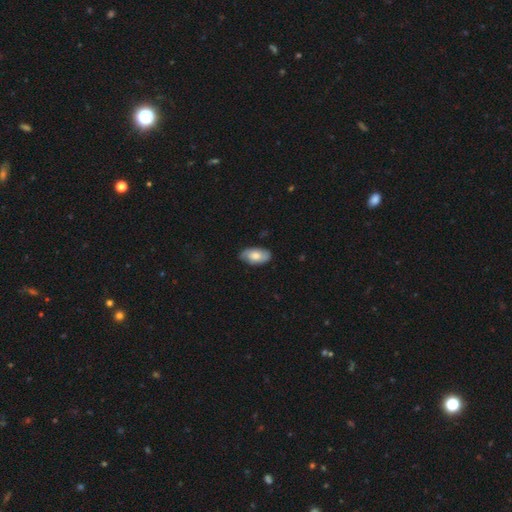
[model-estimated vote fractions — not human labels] Smooth or featured: smooth — 62% (featured or disk — 31%)
How rounded: in between — 94% (round — 4%)
Merging: none — 79% (minor disturbance — 17%)